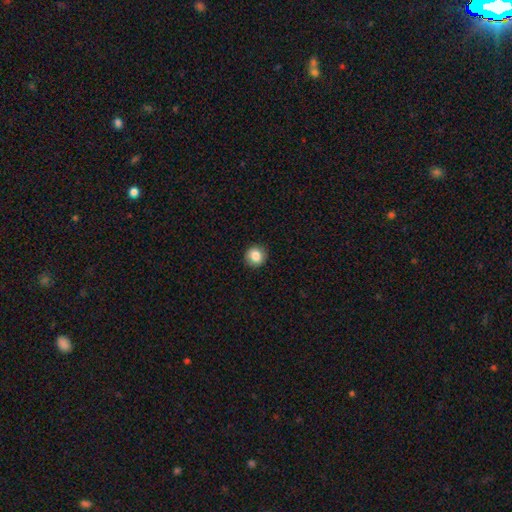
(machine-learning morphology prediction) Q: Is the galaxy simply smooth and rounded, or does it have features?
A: smooth — 85%.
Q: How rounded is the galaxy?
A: round — 90%.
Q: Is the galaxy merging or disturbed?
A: none — 91%.